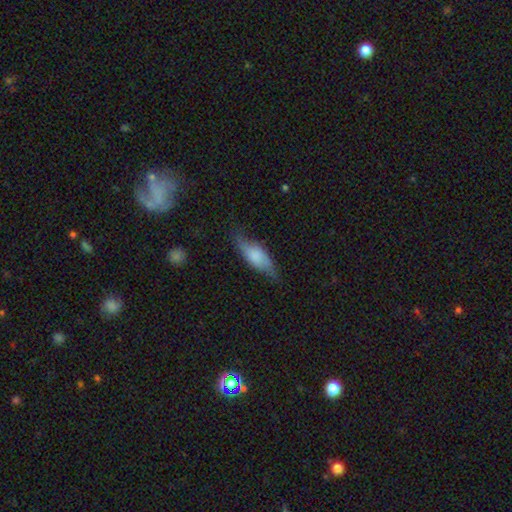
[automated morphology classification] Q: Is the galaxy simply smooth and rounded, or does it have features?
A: smooth — 59%.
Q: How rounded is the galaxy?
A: in between — 66%.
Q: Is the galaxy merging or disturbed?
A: none — 63%.